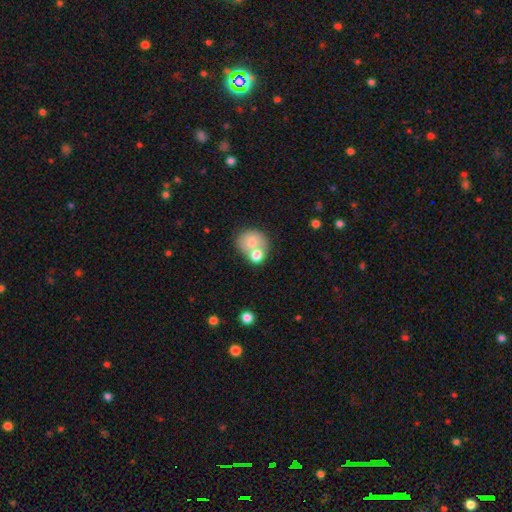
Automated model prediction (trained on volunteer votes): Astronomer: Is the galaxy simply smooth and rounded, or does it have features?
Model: smooth — 72%.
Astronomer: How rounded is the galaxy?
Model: round — 70%.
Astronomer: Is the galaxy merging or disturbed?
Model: merger — 52% (runner-up: none, 35%).